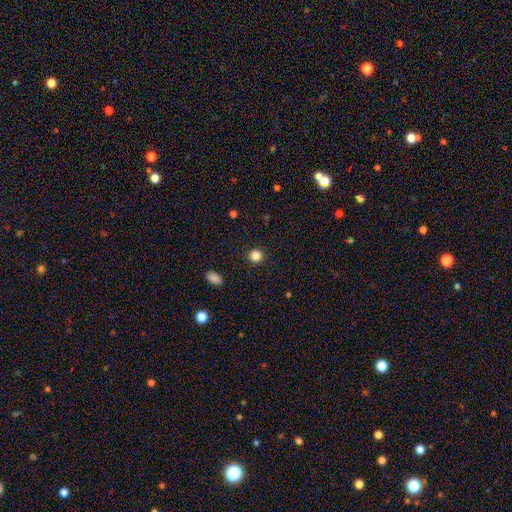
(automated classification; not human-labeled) A smooth galaxy with no disk features (85%) that is round (93%). Merging: none (92%).